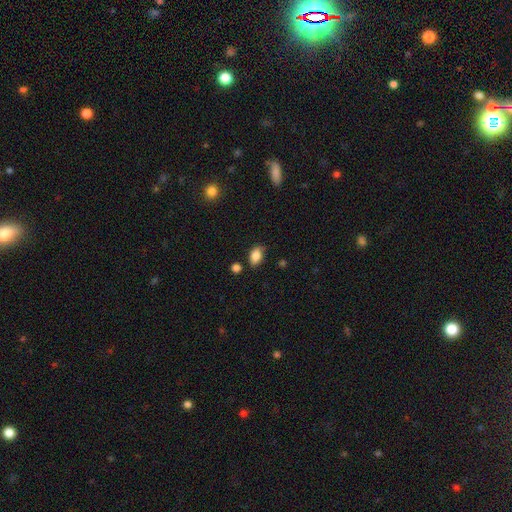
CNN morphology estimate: smooth_or_featured: smooth (p=0.86) [alt: star or artifact p=0.08]
how_rounded: in between (p=0.87) [alt: round p=0.11]
merging: none (p=0.78) [alt: minor disturbance p=0.16]